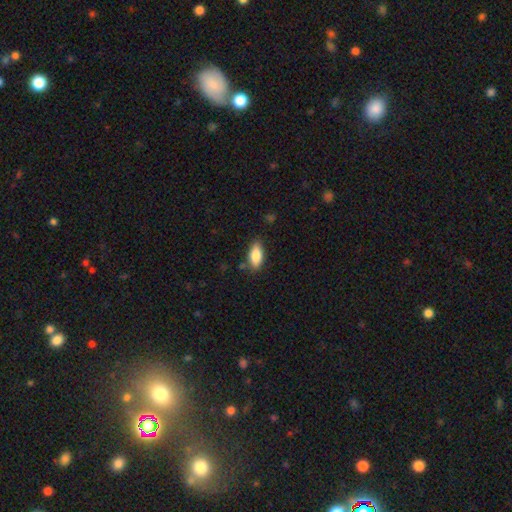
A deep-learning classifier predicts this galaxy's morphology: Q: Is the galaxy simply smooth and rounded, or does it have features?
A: smooth — 84%.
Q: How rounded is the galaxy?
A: in between — 86%.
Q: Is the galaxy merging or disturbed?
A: none — 81%.